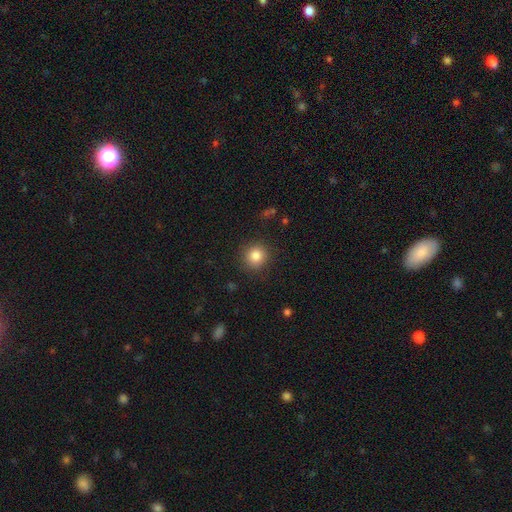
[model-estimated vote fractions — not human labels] A smooth galaxy with no disk features (84%) that is round (91%).

Vote fractions:
- Smooth or featured? smooth: 84% / star or artifact: 10% / featured or disk: 5%
- How rounded? round: 91% / in between: 8% / cigar-shaped: 1%
- Merging? none: 89% / minor disturbance: 7% / major disturbance: 3% / merger: 1%